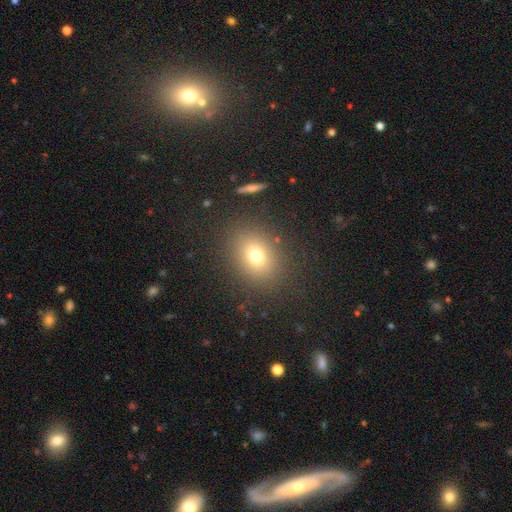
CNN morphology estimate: Overall: smooth (73%). How rounded: in between (53%; round 46%). Merging: none (86%).